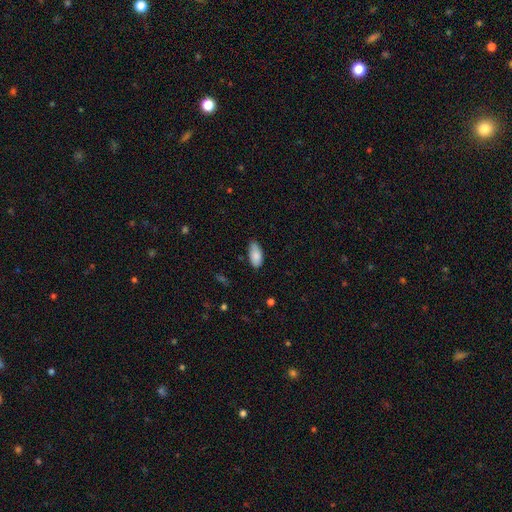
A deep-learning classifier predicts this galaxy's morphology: Overall: smooth (86%). How rounded: in between (91%). Merging: none (75%).